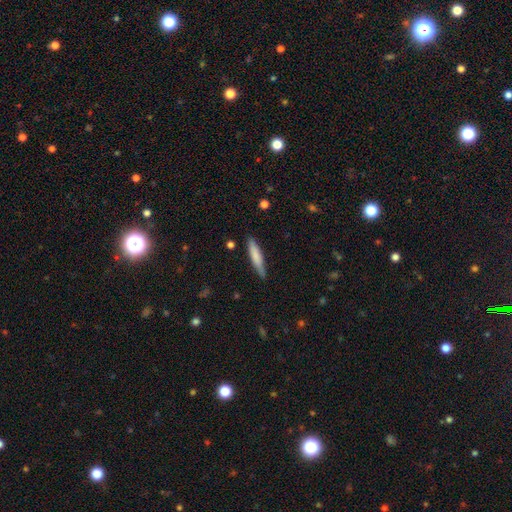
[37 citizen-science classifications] Smooth or featured? smooth (65%)
How rounded? cigar-shaped (92%)
Merging? none (89%)